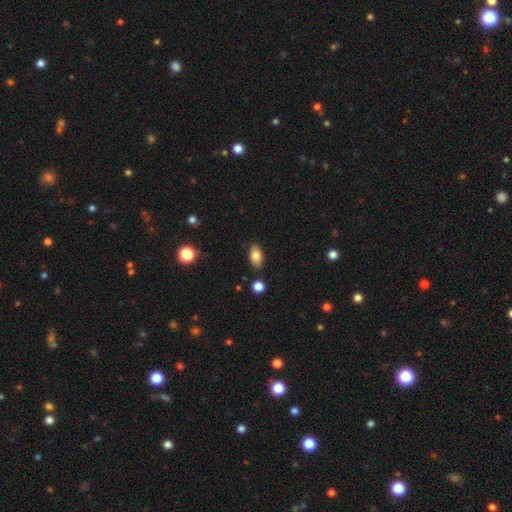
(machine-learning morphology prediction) type=smooth (80%); roundness=in between (90%); merging=none (84%).